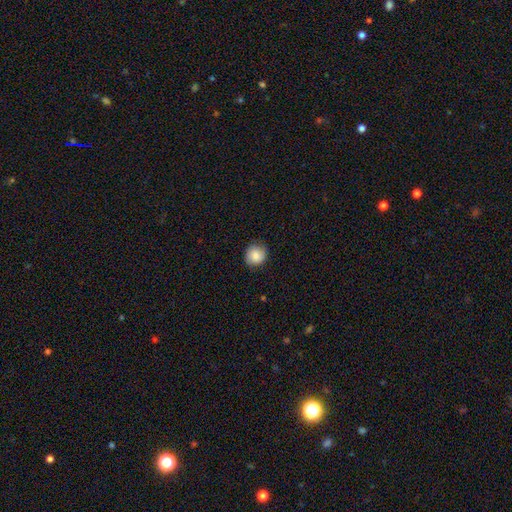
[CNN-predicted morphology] smooth-or-featured: smooth: 85% | star or artifact: 8% | featured or disk: 7%
  how-rounded: round: 90% | in between: 9% | cigar-shaped: 1%
  merging: none: 84% | minor disturbance: 12% | major disturbance: 3% | merger: 1%